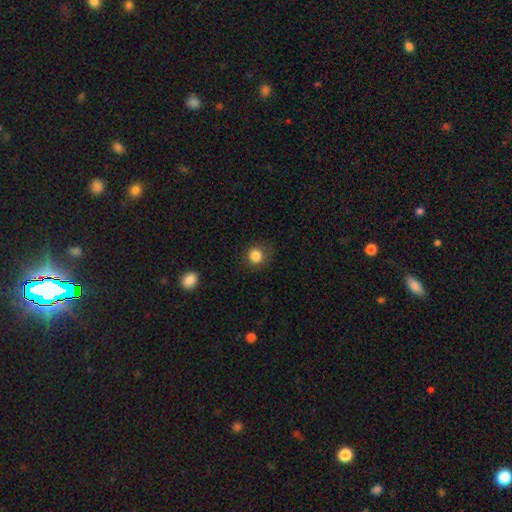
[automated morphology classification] Q: Smooth or featured?
A: smooth (85%); runner-up: star or artifact (11%)
Q: How rounded?
A: round (89%); runner-up: in between (10%)
Q: Merging?
A: none (80%); runner-up: minor disturbance (14%)